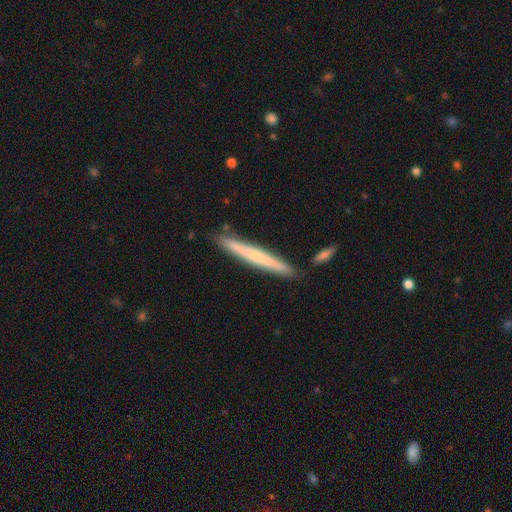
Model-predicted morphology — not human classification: This is possibly a smooth galaxy (53%). How rounded: clearly cigar-shaped (97%). Merging: clearly none (87%).